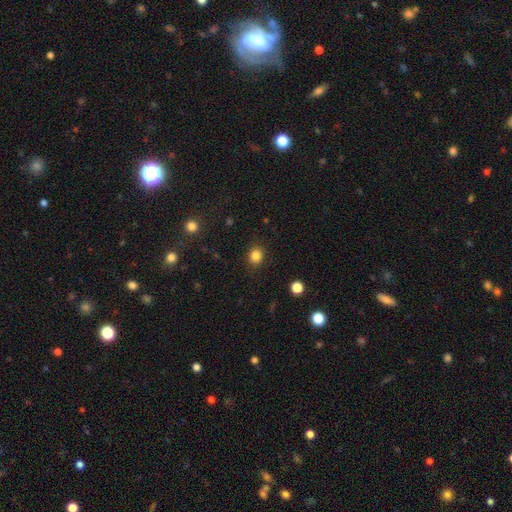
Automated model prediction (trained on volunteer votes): This is clearly a smooth galaxy (84%). How rounded: likely round (72%). Merging: clearly none (88%).